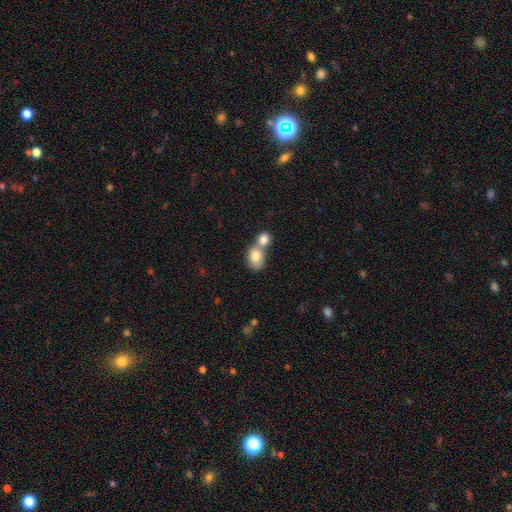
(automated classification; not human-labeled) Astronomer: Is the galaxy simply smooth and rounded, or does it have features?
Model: smooth — 82%.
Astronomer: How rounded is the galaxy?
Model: in between — 68%.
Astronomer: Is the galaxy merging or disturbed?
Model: merger — 65%.